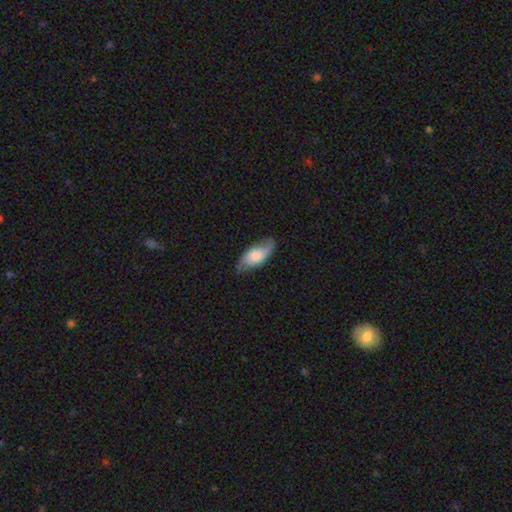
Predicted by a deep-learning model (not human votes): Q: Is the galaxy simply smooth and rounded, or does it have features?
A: smooth — 57%.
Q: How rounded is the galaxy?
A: in between — 86%.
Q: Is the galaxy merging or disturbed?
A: none — 73%.